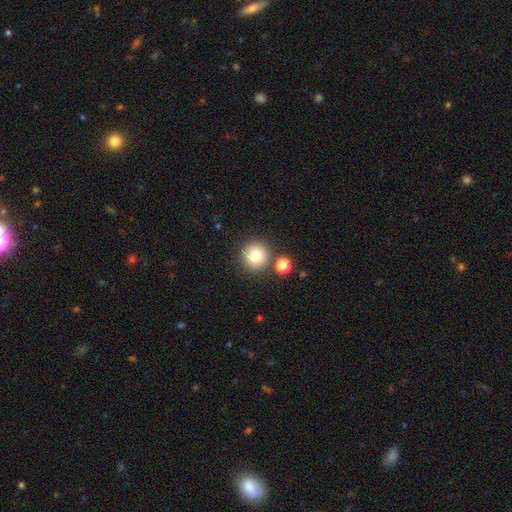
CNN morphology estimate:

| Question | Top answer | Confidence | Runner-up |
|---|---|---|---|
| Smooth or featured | smooth | 79% | star or artifact (12%) |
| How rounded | round | 95% | in between (4%) |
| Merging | none | 81% | merger (9%) |